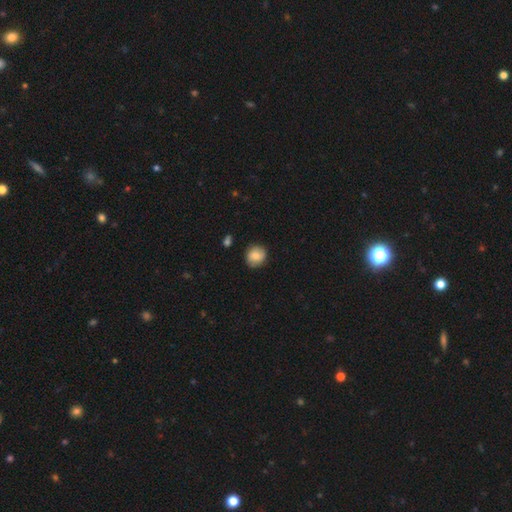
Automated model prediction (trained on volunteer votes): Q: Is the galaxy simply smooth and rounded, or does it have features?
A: smooth — 79%.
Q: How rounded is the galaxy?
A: round — 83%.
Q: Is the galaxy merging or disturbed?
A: none — 83%.